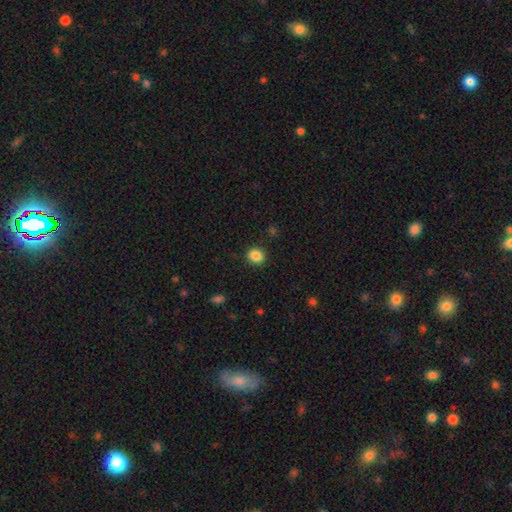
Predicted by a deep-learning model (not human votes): Smooth or featured? smooth (86%)
How rounded? round (74%)
Merging? none (90%)